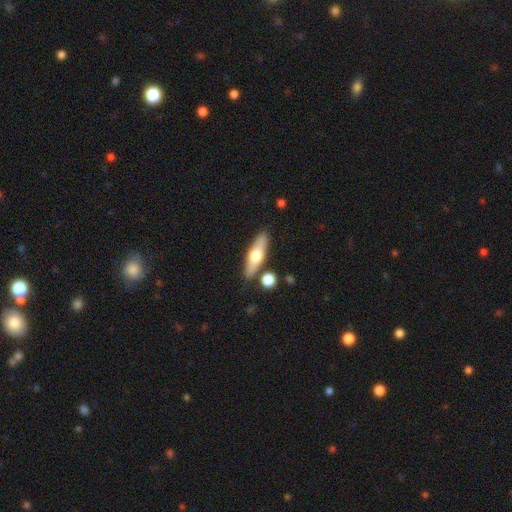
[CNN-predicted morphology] Overall: smooth (53%; featured or disk 42%). How rounded: cigar-shaped (56%; in between 41%). Merging: none (82%).